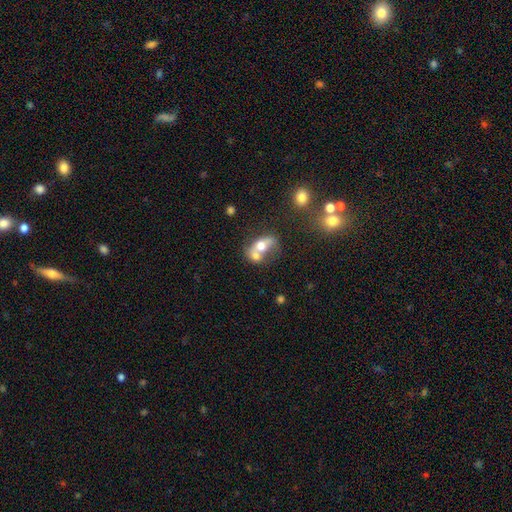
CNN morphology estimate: Smooth or featured? Predicted: smooth (p=0.59). How rounded? Predicted: in between (p=0.63). Merging? Predicted: merger (p=0.65).